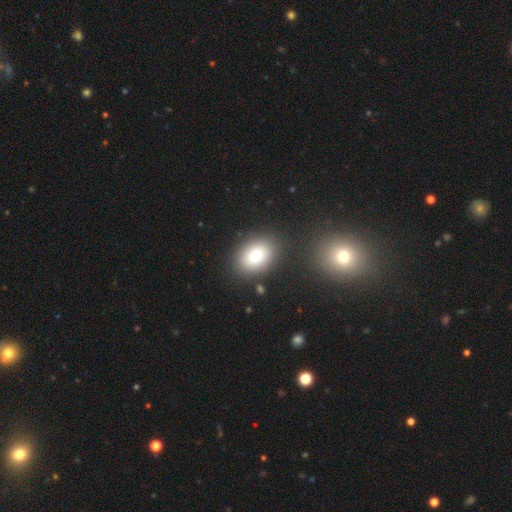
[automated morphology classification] A smooth galaxy with no disk features (77%) that is in between round and cigar-shaped (71%). Merging: none (85%).